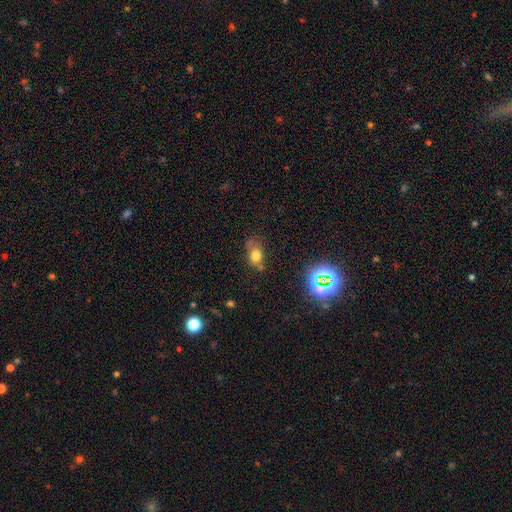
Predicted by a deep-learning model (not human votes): Smooth or featured?
  - smooth: 70% *
  - star or artifact: 18%
  - featured or disk: 12%
How rounded?
  - in between: 71% *
  - round: 26%
  - cigar-shaped: 2%
Merging?
  - none: 54% *
  - minor disturbance: 26%
  - major disturbance: 11%
  - merger: 10%